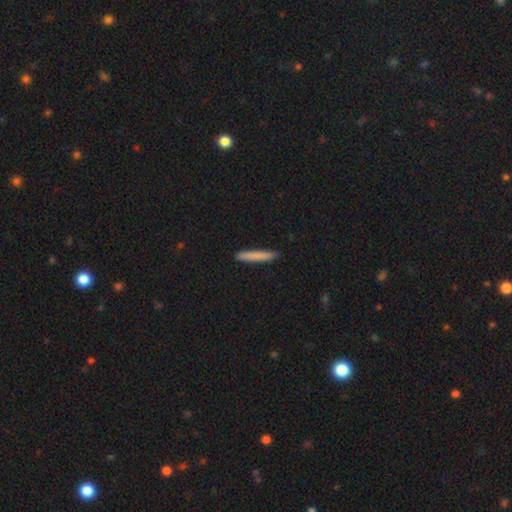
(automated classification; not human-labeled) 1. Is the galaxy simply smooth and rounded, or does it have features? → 81% smooth, 13% featured or disk, 6% star or artifact.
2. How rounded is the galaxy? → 95% cigar-shaped, 4% in between, 1% round.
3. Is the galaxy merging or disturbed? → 91% none, 7% minor disturbance, 1% major disturbance, 1% merger.